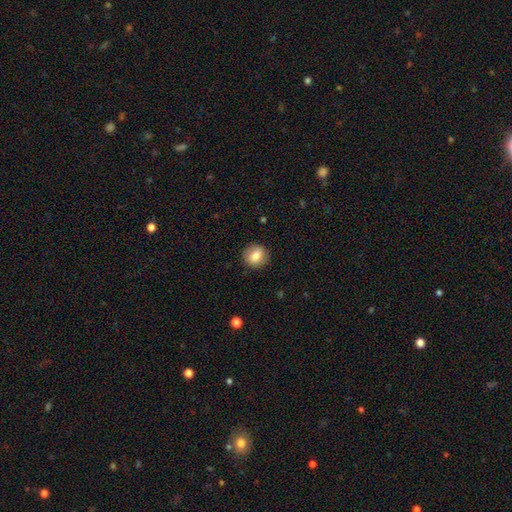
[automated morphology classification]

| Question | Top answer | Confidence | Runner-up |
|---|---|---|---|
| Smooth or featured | smooth | 80% | featured or disk (12%) |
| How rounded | round | 78% | in between (21%) |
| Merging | none | 86% | minor disturbance (10%) |